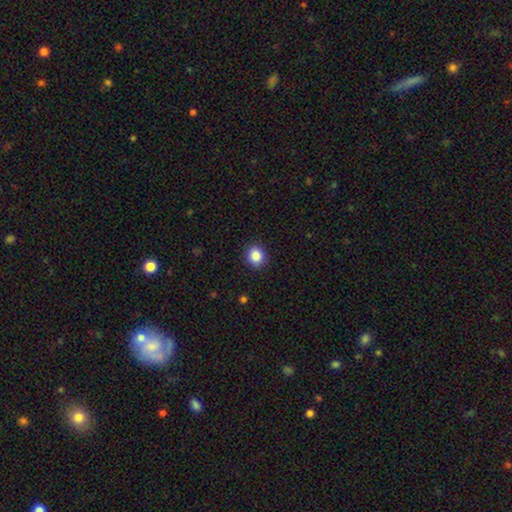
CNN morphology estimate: smooth-or-featured: smooth: 87% | star or artifact: 10% | featured or disk: 4%
  how-rounded: round: 78% | in between: 21% | cigar-shaped: 1%
  merging: none: 90% | minor disturbance: 7% | major disturbance: 2% | merger: 1%